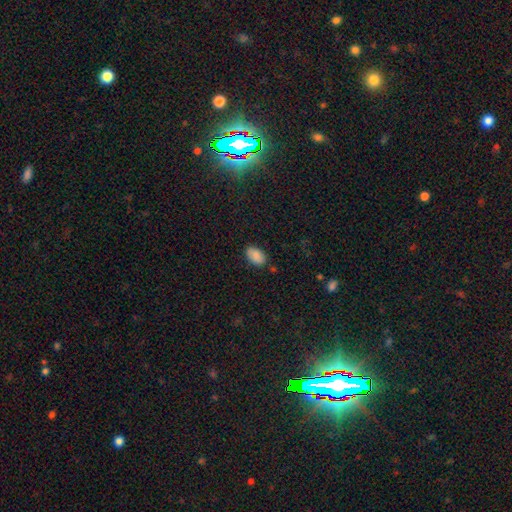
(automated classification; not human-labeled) Q: Smooth or featured?
A: smooth (87%); runner-up: star or artifact (8%)
Q: How rounded?
A: in between (91%); runner-up: round (7%)
Q: Merging?
A: none (82%); runner-up: minor disturbance (13%)